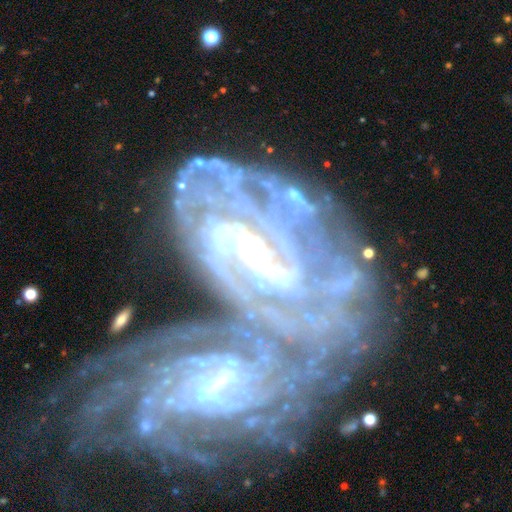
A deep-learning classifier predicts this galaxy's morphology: Smooth or featured: featured or disk — 87% (star or artifact — 7%)
Edge-on disk: no — 96% (yes — 4%)
Bar: weak — 41% (strong — 33%)
Spiral arms: yes — 93% (no — 7%)
Spiral winding: tight — 75% (medium — 20%)
Spiral arm count: can't tell — 39% (more than 4 — 22%)
Bulge size: moderate — 43% (small — 34%)
Merging: merger — 54% (none — 25%)